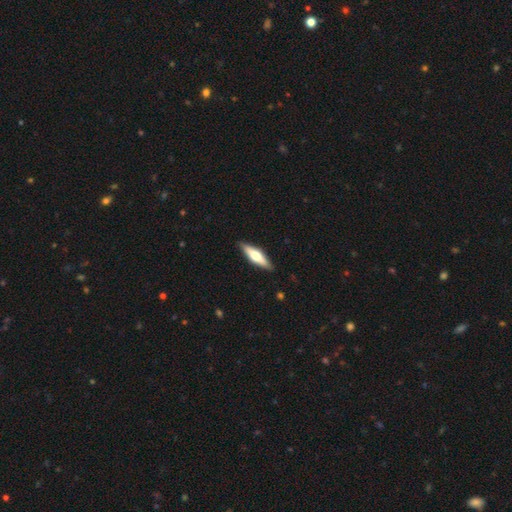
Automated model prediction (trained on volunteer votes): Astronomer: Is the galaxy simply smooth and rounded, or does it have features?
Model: featured or disk — 50% (runner-up: smooth, 44%).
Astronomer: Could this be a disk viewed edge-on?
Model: yes — 93%.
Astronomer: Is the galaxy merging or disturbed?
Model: none — 89%.